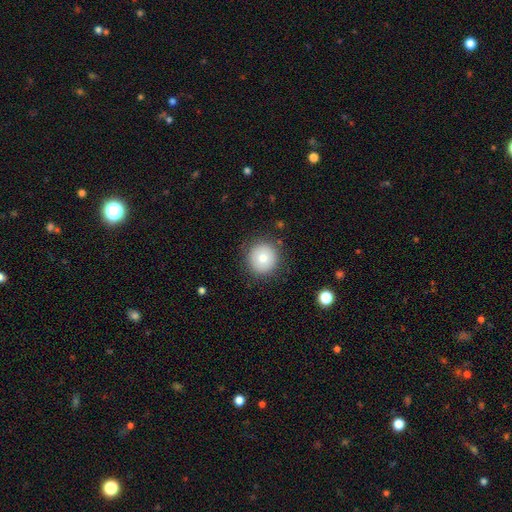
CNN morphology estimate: The model was most divided on "smooth or featured": smooth: 75%, featured or disk: 15%, star or artifact: 10%. More confident: how rounded — round (94%); merging — none (89%).